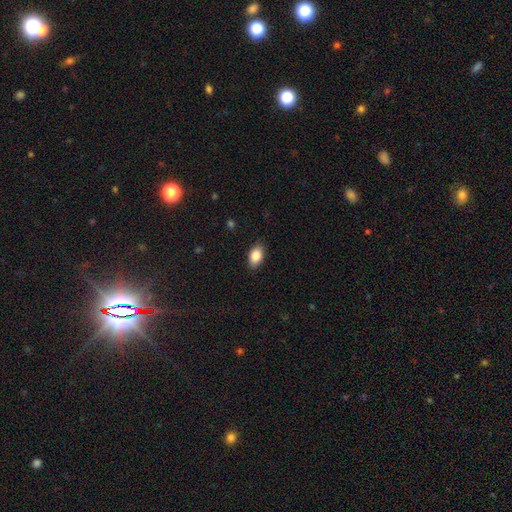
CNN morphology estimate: Overall: smooth (85%). How rounded: in between (90%). Merging: none (87%).